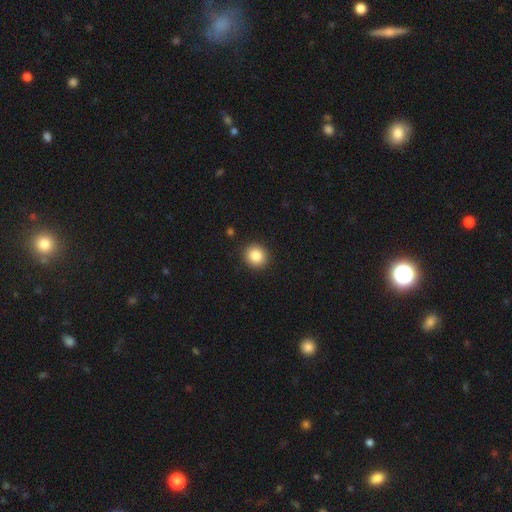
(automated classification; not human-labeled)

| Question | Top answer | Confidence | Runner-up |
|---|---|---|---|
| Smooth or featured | smooth | 86% | star or artifact (9%) |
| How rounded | round | 85% | in between (14%) |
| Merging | none | 91% | minor disturbance (6%) |